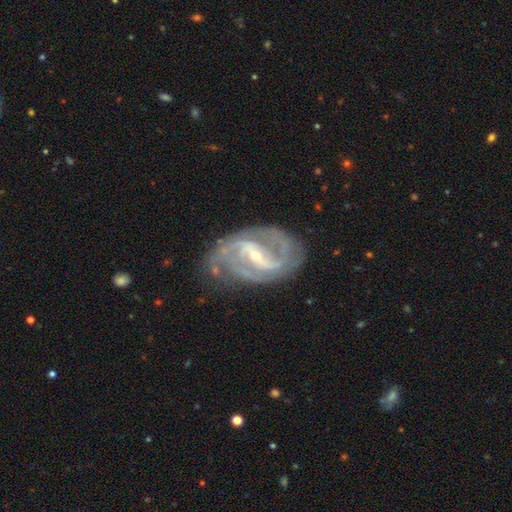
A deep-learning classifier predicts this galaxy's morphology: Overall: featured or disk (91%). Edge-on disk: no (97%). Bar: strong (54%; weak 34%). Spiral arms: yes (97%). Spiral arm count: 2 (65%). Spiral winding: medium (51%; tight 27%). Bulge size: small (76%). Merging: none (68%).